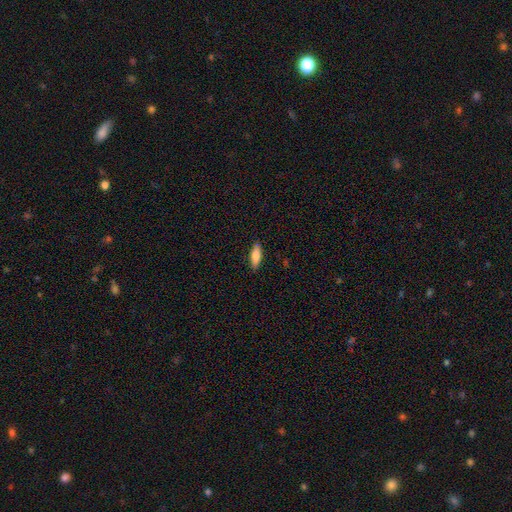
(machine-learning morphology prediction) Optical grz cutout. It shows a smooth galaxy with no disk features (79%) that is in between round and cigar-shaped (61%). Merging: none (88%).